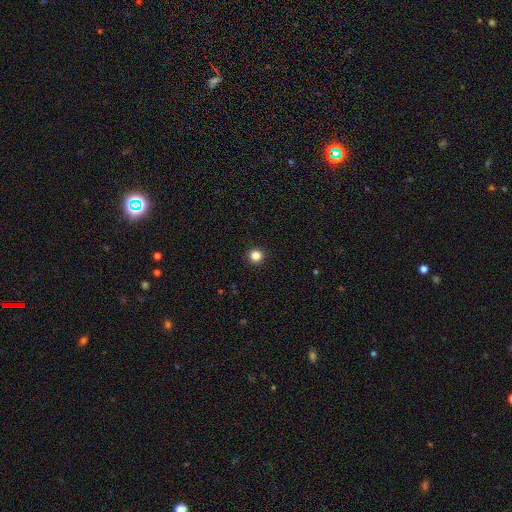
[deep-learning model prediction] Smooth or featured: smooth — 84% (star or artifact — 12%)
How rounded: round — 95% (in between — 4%)
Merging: none — 94% (minor disturbance — 4%)